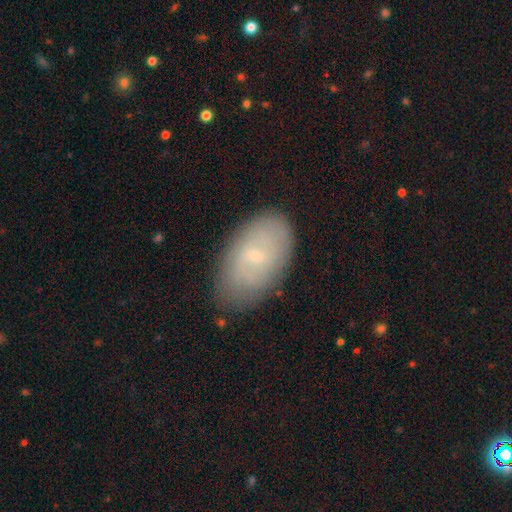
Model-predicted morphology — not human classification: smooth 58%, featured or disk 35%, star or artifact 8%. Down the decision tree: how rounded — in between (93%); merging — none (77%).